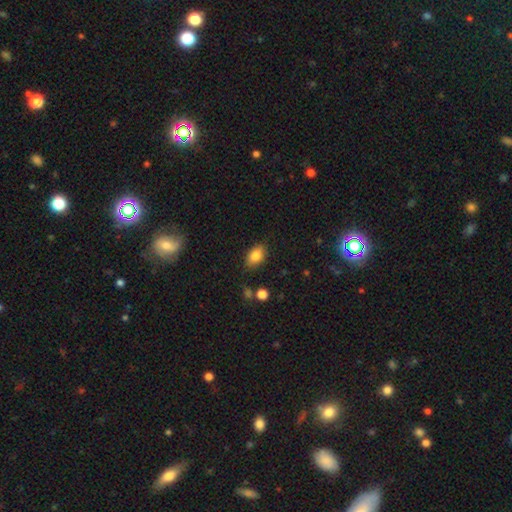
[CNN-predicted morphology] Smooth or featured: smooth — 82% (featured or disk — 9%)
How rounded: in between — 87% (round — 11%)
Merging: none — 83% (minor disturbance — 13%)